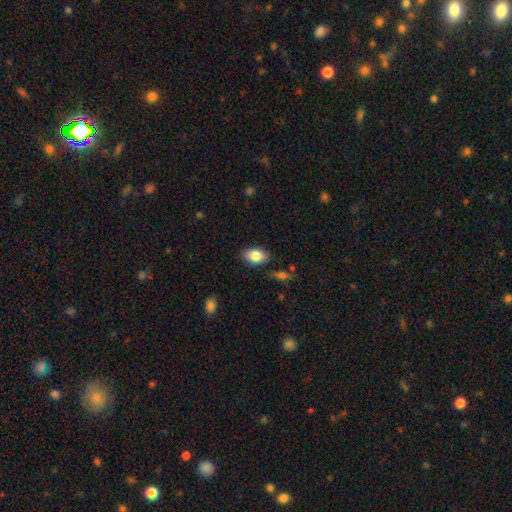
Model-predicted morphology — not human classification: Smooth or featured: smooth — 84% (featured or disk — 8%)
How rounded: in between — 87% (round — 11%)
Merging: none — 85% (minor disturbance — 11%)